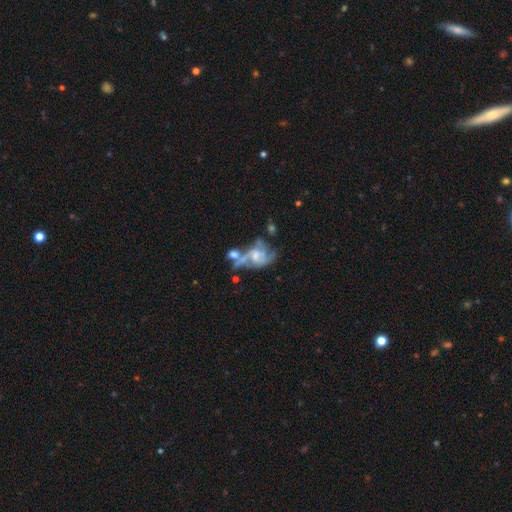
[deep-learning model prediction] featured or disk 73%, smooth 18%, star or artifact 9%. Down the decision tree: edge-on disk — no (96%); bar — no (63%); spiral arms — yes (78%); spiral arm count — 2 (44%); spiral winding — medium (44%); bulge size — moderate (42%); merging — merger (40%).